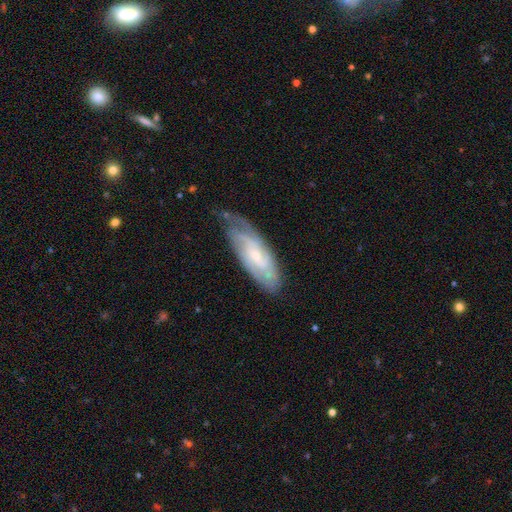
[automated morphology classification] A featured or disk galaxy (74%) with no bar (52%), tight (55%) spiral arms (92%) and a small central bulge (65%).

Vote fractions:
- Smooth or featured? featured or disk: 74% / smooth: 20% / star or artifact: 6%
- Edge-on disk? no: 85% / yes: 15%
- Bar? no: 52% / weak: 39% / strong: 9%
- Spiral arms? yes: 92% / no: 8%
- Spiral winding? tight: 55% / medium: 35% / loose: 10%
- Spiral arm count? can't tell: 43% / 2: 27% / 3: 15% / 4: 8% / 1: 4% / more than 4: 3%
- Bulge size? small: 65% / moderate: 27% / none: 5% / large: 2% / dominant: 1%
- Merging? none: 66% / minor disturbance: 25% / major disturbance: 8% / merger: 2%